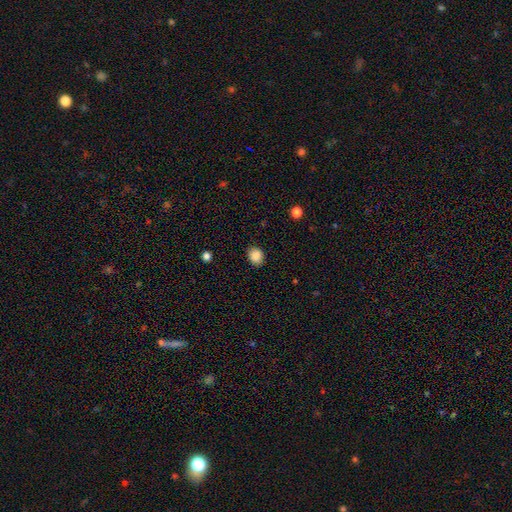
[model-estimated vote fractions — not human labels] Overall: smooth (87%). How rounded: round (54%; in between 45%). Merging: none (85%).